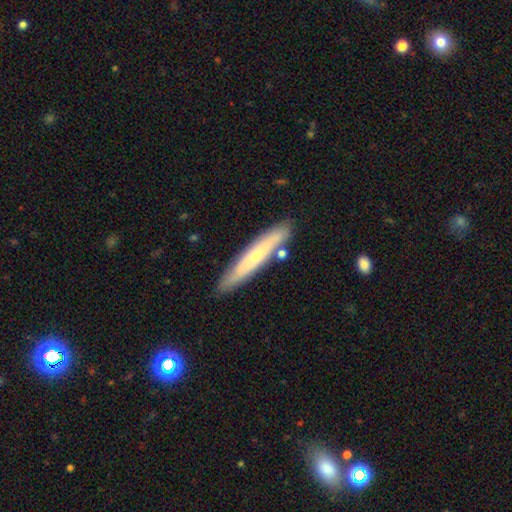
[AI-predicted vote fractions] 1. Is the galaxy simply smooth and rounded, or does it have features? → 49% featured or disk, 43% smooth, 7% star or artifact.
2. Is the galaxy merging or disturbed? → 84% none, 11% minor disturbance, 3% merger, 2% major disturbance.